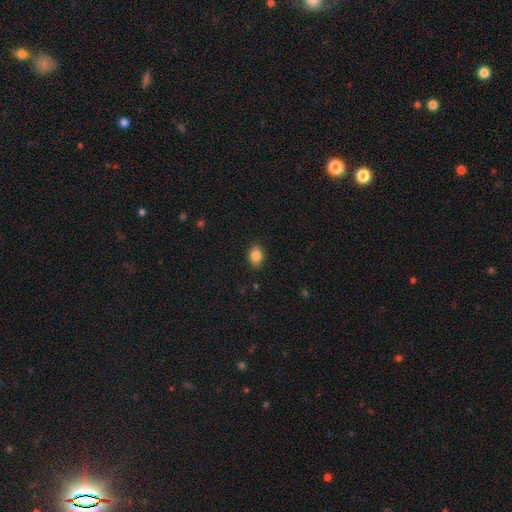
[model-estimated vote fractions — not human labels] This appears to be a smooth galaxy with no disk features (85%) that is in between round and cigar-shaped (73%). Merging: none (88%).